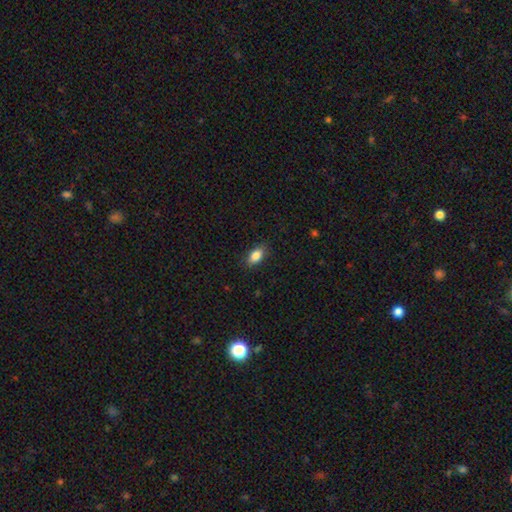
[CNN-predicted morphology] smooth_or_featured: smooth (p=0.85) [alt: star or artifact p=0.08]
how_rounded: in between (p=0.89) [alt: round p=0.06]
merging: none (p=0.86) [alt: minor disturbance p=0.11]